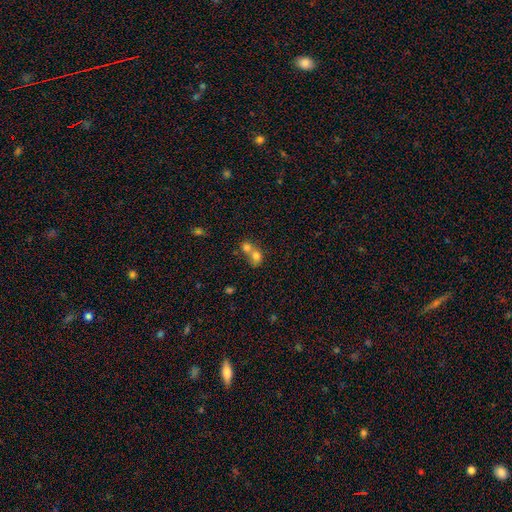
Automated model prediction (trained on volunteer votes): Morphology: type=smooth (75%); roundness=round (62%); merging=merger (70%).